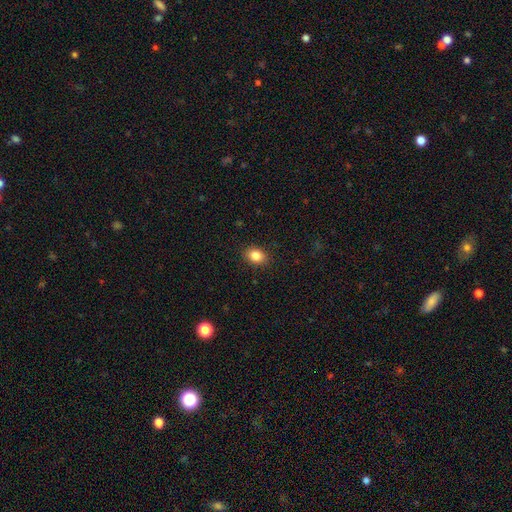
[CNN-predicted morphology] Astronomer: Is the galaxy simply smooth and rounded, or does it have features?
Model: smooth — 85%.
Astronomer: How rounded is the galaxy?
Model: in between — 70%.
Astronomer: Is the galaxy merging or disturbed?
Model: none — 89%.